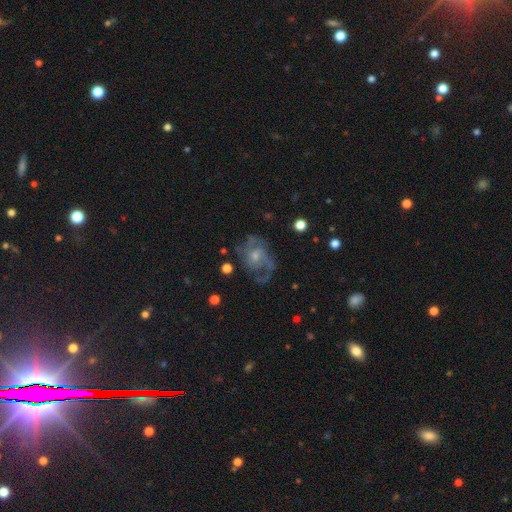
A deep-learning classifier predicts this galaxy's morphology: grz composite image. It shows a featured or disk galaxy (76%) with no bar (65%), 2 (34%) medium (45%) spiral arms (83%) and a small central bulge (55%). Merging: none (50%).